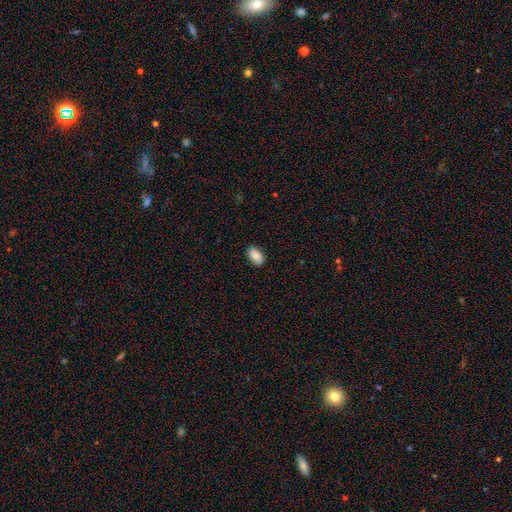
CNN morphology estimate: smooth-or-featured: smooth: 88% | star or artifact: 7% | featured or disk: 6%
  how-rounded: in between: 92% | round: 6% | cigar-shaped: 2%
  merging: none: 87% | minor disturbance: 10% | major disturbance: 2% | merger: 1%